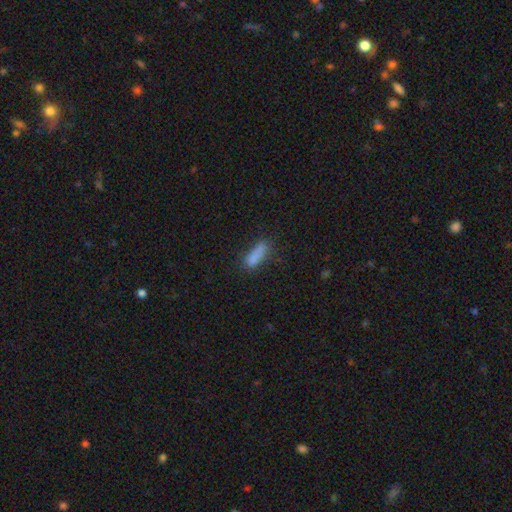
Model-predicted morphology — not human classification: smooth-or-featured: smooth: 80% | star or artifact: 10% | featured or disk: 9%
  how-rounded: cigar-shaped: 49% | in between: 48% | round: 3%
  merging: none: 57% | minor disturbance: 26% | major disturbance: 11% | merger: 6%